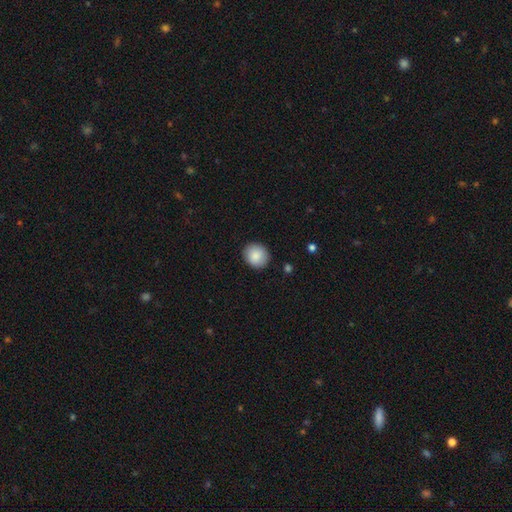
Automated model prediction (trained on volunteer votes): smooth 88%, star or artifact 7%, featured or disk 5%. Down the decision tree: how rounded — round (84%); merging — none (90%).